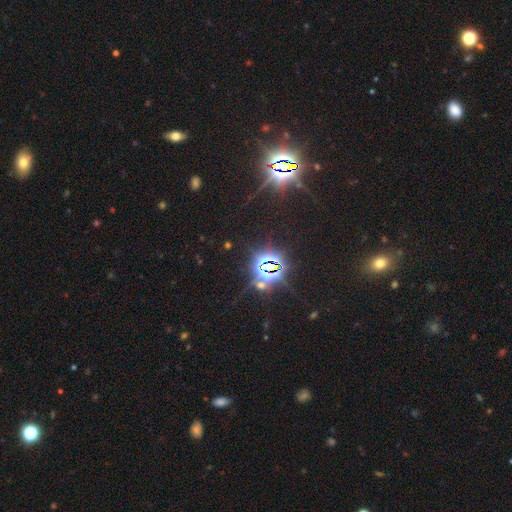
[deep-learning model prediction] This is clearly a star or artifact rather than a galaxy (81%).